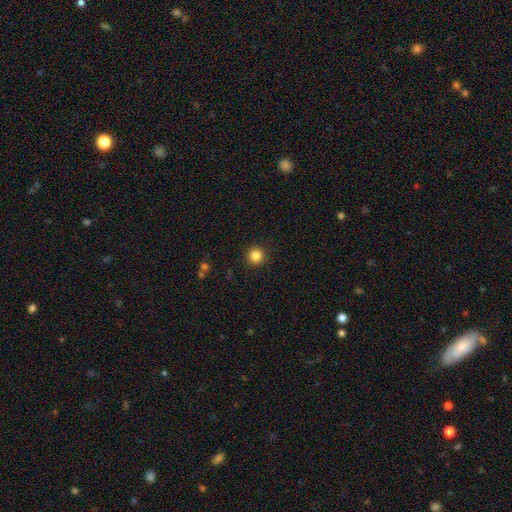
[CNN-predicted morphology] type=smooth (84%); roundness=round (95%); merging=none (92%).